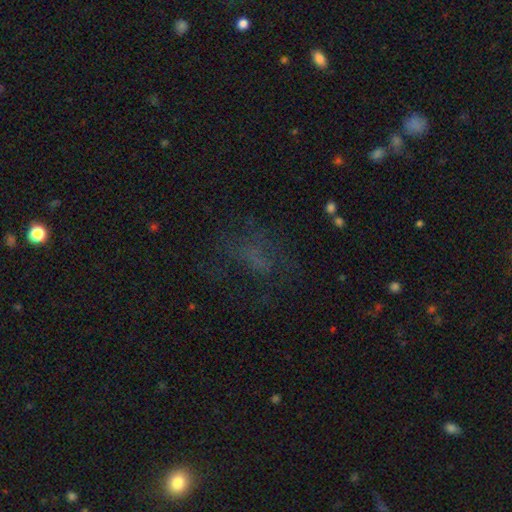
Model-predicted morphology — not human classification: smooth 41%, star or artifact 32%, featured or disk 27%. Down the decision tree: merging — none (53%).